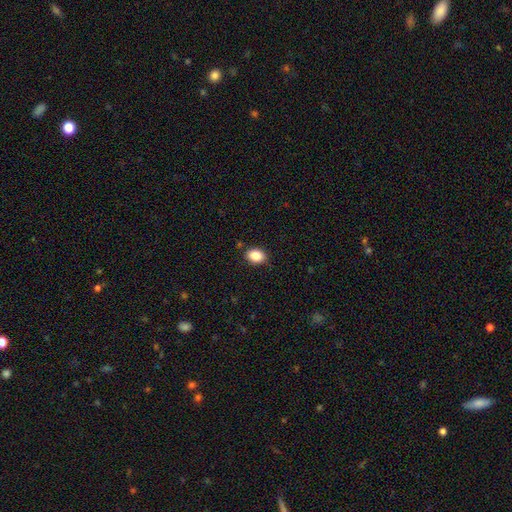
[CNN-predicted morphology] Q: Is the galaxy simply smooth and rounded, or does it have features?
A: smooth — 86%.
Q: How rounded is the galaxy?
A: in between — 71%.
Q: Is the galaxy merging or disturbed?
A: none — 87%.